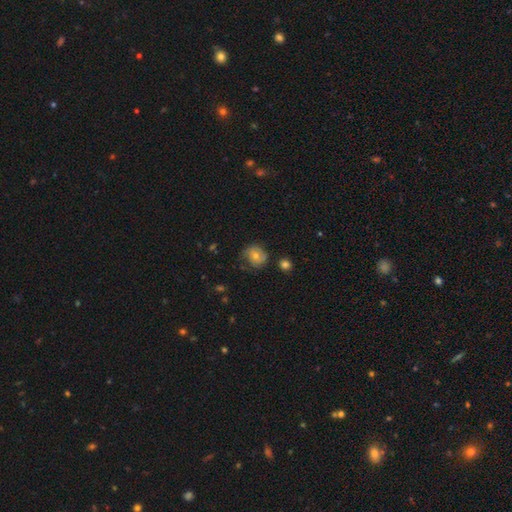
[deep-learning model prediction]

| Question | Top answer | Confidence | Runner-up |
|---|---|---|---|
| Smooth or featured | smooth | 56% | featured or disk (33%) |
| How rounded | round | 76% | in between (23%) |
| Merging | none | 64% | minor disturbance (25%) |